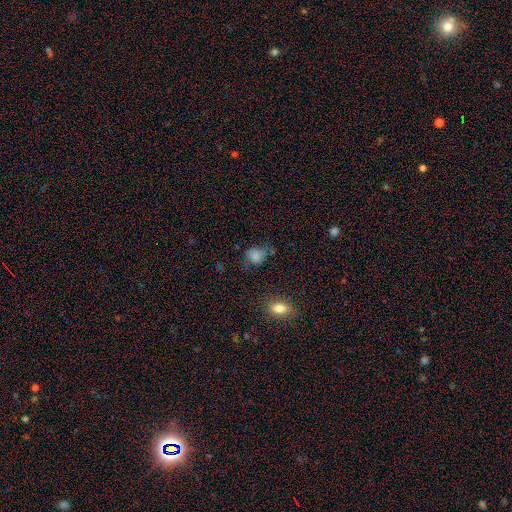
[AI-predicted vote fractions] Smooth or featured: smooth — 76% (star or artifact — 13%)
How rounded: round — 55% (in between — 43%)
Merging: none — 49% (minor disturbance — 31%)